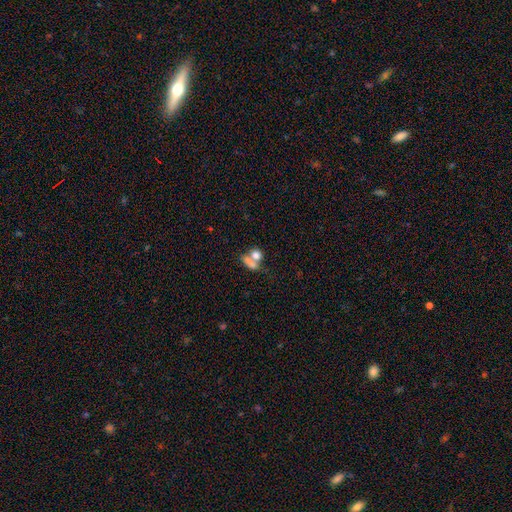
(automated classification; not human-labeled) smooth_or_featured: smooth (p=0.76) [alt: featured or disk p=0.13]
how_rounded: round (p=0.49) [alt: in between p=0.43]
merging: merger (p=0.50) [alt: none p=0.34]